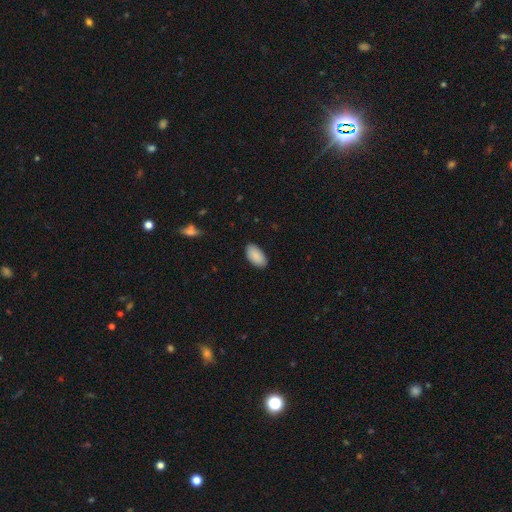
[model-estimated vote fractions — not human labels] Smooth or featured?
  - smooth: 90% *
  - star or artifact: 6%
  - featured or disk: 4%
How rounded?
  - in between: 96% *
  - round: 2%
  - cigar-shaped: 2%
Merging?
  - none: 86% *
  - minor disturbance: 11%
  - major disturbance: 2%
  - merger: 1%